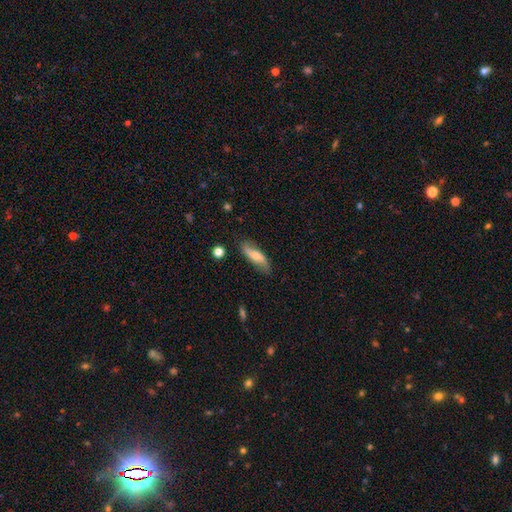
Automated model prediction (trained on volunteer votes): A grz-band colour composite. It shows a featured or disk galaxy (54%). Merging: none (77%).